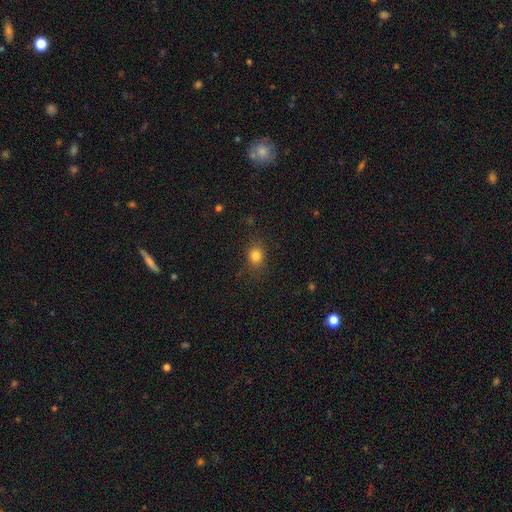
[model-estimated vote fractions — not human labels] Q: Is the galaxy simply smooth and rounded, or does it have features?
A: smooth — 82%.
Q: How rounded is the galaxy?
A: round — 60%.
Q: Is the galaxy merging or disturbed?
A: none — 84%.